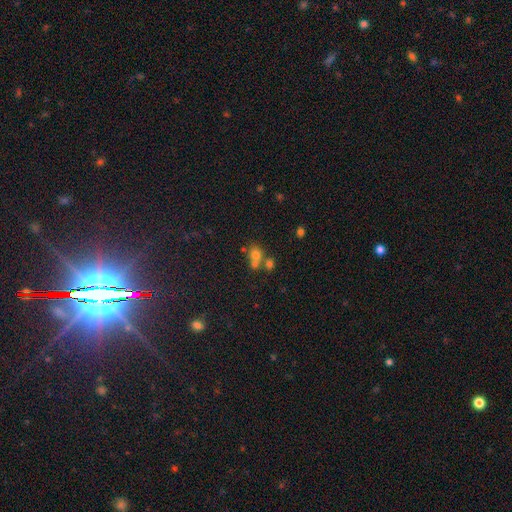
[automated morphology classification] A smooth galaxy with no disk features (67%) that is round (68%).

Vote fractions:
- Smooth or featured? smooth: 67% / star or artifact: 18% / featured or disk: 15%
- How rounded? round: 68% / in between: 31% / cigar-shaped: 1%
- Merging? merger: 49% / none: 39% / minor disturbance: 8% / major disturbance: 4%